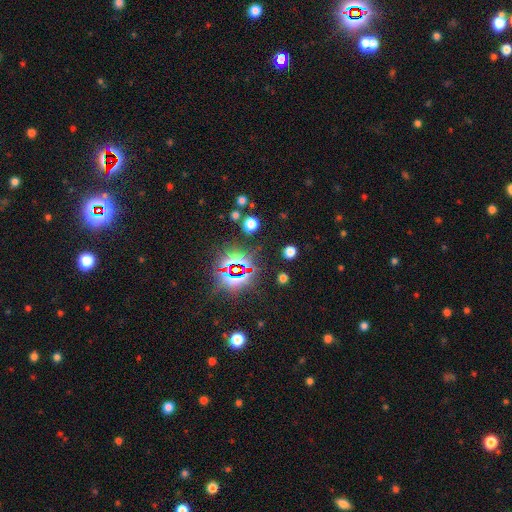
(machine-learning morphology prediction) Smooth or featured? star or artifact (80%)